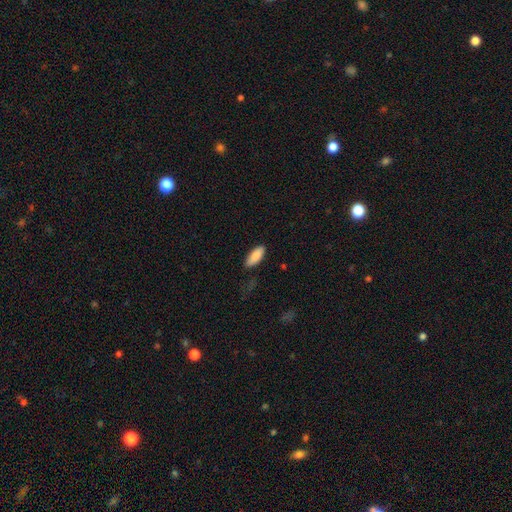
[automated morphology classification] Smooth or featured?
  - smooth: 86% *
  - featured or disk: 8%
  - star or artifact: 6%
How rounded?
  - in between: 80% *
  - cigar-shaped: 18%
  - round: 2%
Merging?
  - none: 83% *
  - minor disturbance: 13%
  - major disturbance: 3%
  - merger: 1%